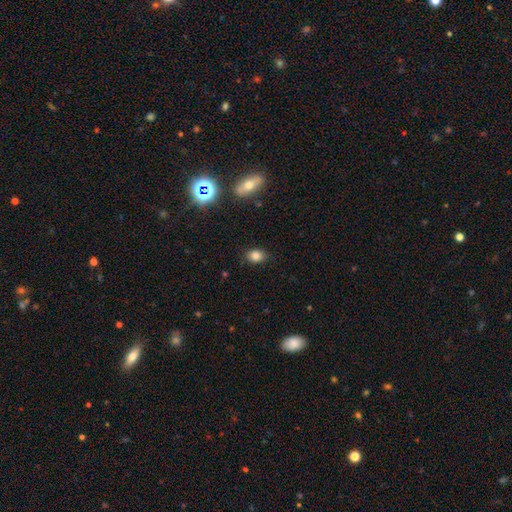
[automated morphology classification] smooth-or-featured: smooth: 83% | star or artifact: 11% | featured or disk: 6%
  how-rounded: in between: 67% | round: 32% | cigar-shaped: 1%
  merging: none: 83% | minor disturbance: 13% | major disturbance: 3% | merger: 1%